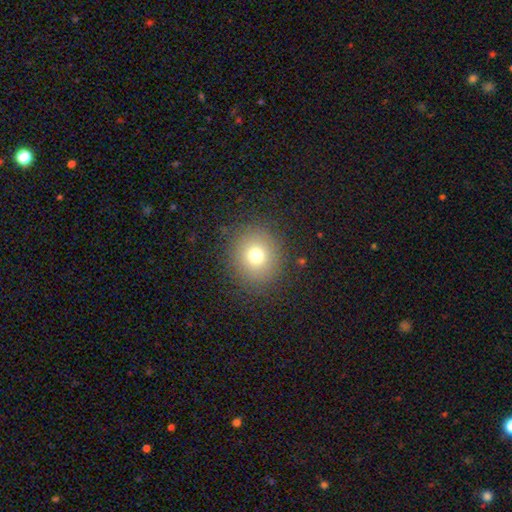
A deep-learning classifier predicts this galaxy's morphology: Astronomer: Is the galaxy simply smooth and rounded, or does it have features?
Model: smooth — 73%.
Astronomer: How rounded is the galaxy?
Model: round — 85%.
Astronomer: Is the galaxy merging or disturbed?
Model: none — 87%.